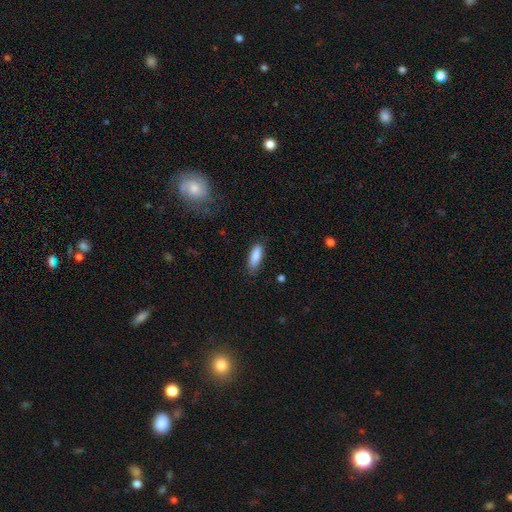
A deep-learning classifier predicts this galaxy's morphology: The model was most divided on "how rounded": in between: 63%, cigar-shaped: 36%, round: 2%. More confident: smooth or featured — smooth (87%); merging — none (78%).